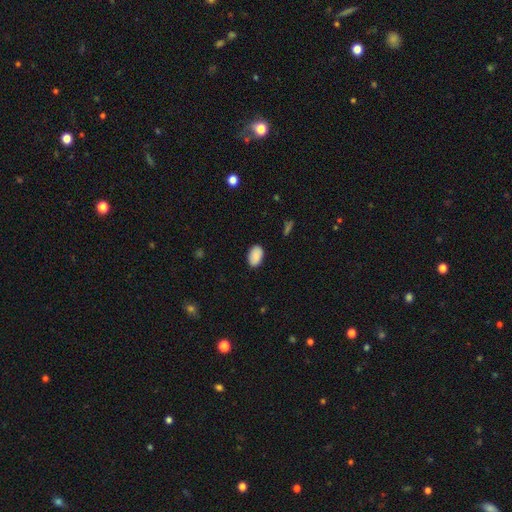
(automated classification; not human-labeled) Smooth or featured: smooth — 89% (star or artifact — 7%)
How rounded: in between — 91% (round — 8%)
Merging: none — 87% (minor disturbance — 10%)